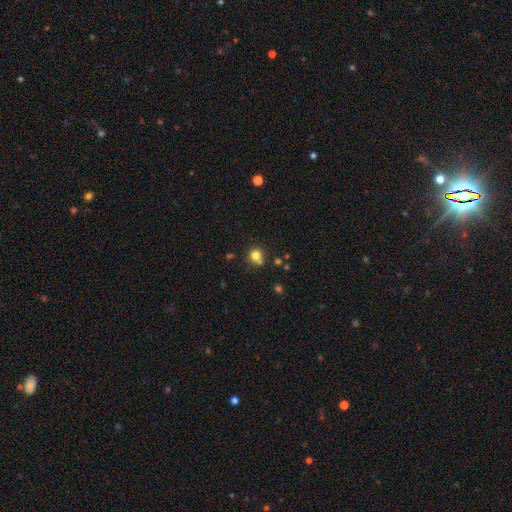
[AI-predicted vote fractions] Smooth or featured: smooth — 78% (star or artifact — 14%)
How rounded: round — 90% (in between — 9%)
Merging: none — 70% (merger — 17%)